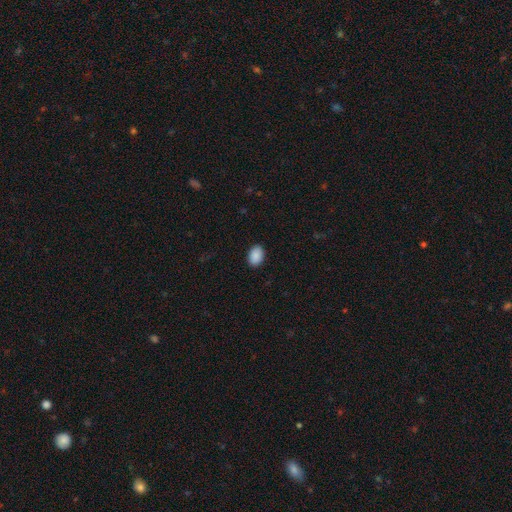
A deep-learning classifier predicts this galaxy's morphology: smooth 90%, star or artifact 7%, featured or disk 3%. Down the decision tree: how rounded — in between (82%); merging — none (89%).